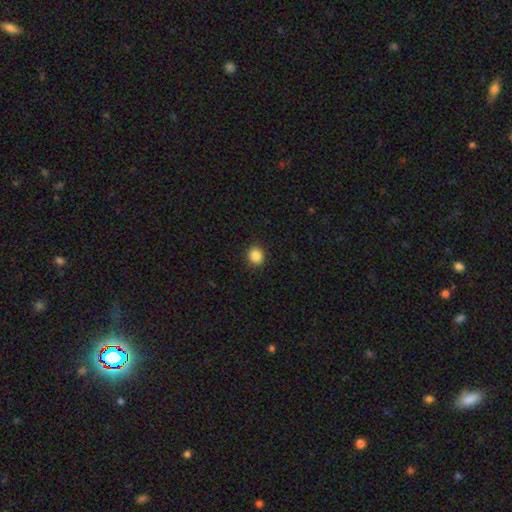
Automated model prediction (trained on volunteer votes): Q: Smooth or featured?
A: smooth (87%); runner-up: star or artifact (10%)
Q: How rounded?
A: round (84%); runner-up: in between (15%)
Q: Merging?
A: none (91%); runner-up: minor disturbance (6%)